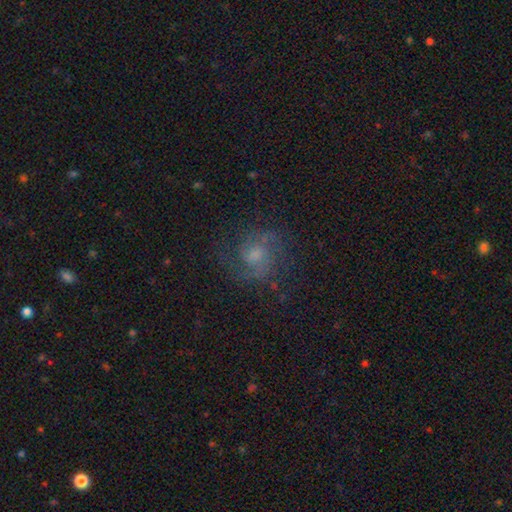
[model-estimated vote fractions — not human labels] smooth-or-featured: featured or disk: 70% | smooth: 18% | star or artifact: 11%
  disk-edge-on: no: 98% | yes: 2%
    bar: no: 54% | weak: 40% | strong: 5%
    has-spiral-arms: yes: 93% | no: 7%
      spiral-winding: medium: 54% | tight: 24% | loose: 22%
      spiral-arm-count: 2: 73% | can't tell: 12% | 3: 7% | 1: 4% | 4: 2% | more than 4: 2%
    bulge-size: moderate: 42% | small: 30% | none: 15% | large: 11% | dominant: 2%
  merging: none: 70% | minor disturbance: 17% | major disturbance: 12% | merger: 1%